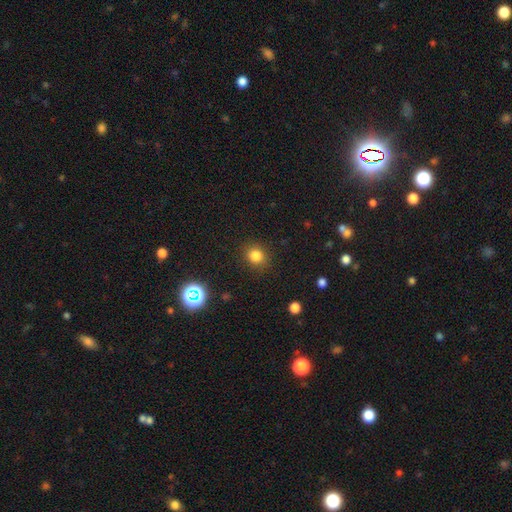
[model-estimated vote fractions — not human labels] Smooth or featured? smooth (81%)
How rounded? round (83%)
Merging? none (88%)